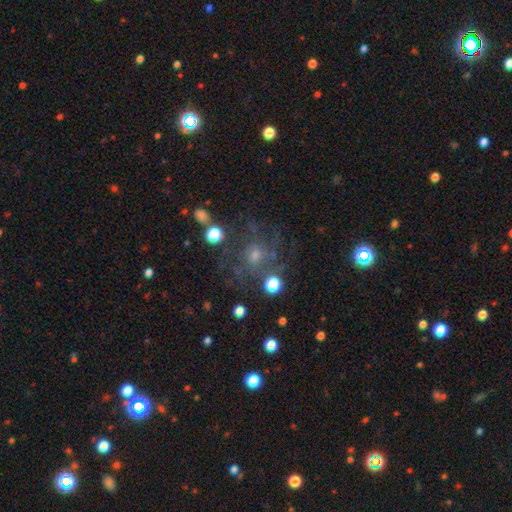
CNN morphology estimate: Overall: featured or disk (49%; smooth 30%). Merging: none (64%).